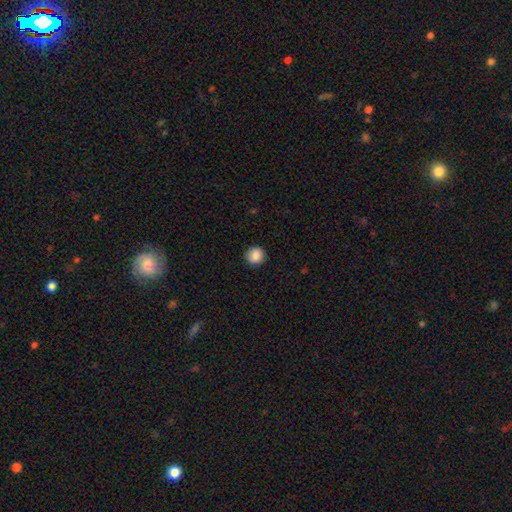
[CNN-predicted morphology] Smooth or featured: smooth — 86% (star or artifact — 9%)
How rounded: round — 91% (in between — 8%)
Merging: none — 90% (minor disturbance — 7%)